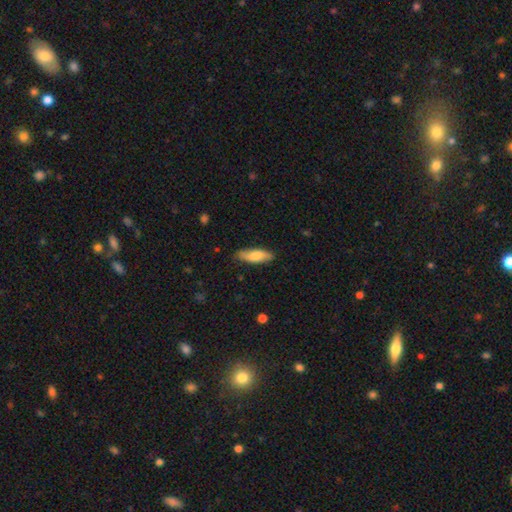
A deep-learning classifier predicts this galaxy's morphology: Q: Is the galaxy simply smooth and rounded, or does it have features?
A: smooth — 76%.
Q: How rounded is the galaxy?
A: in between — 55%.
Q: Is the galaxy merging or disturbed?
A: none — 84%.